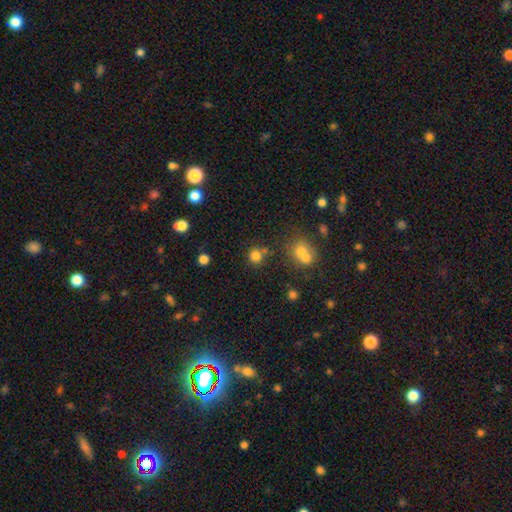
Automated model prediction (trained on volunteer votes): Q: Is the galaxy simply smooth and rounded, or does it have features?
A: smooth — 77%.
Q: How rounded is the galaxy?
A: round — 89%.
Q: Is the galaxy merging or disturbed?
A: none — 68%.